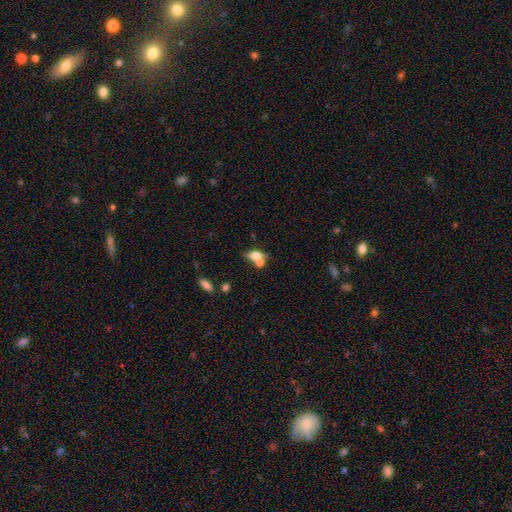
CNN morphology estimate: Overall: smooth (64%; featured or disk 26%). How rounded: in between (72%). Merging: merger (48%; none 36%).